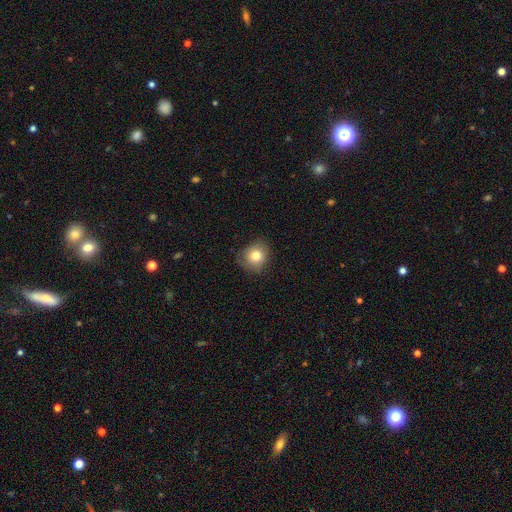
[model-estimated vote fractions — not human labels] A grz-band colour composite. It shows a smooth galaxy with no disk features (81%) that is round (82%). Merging: none (76%).